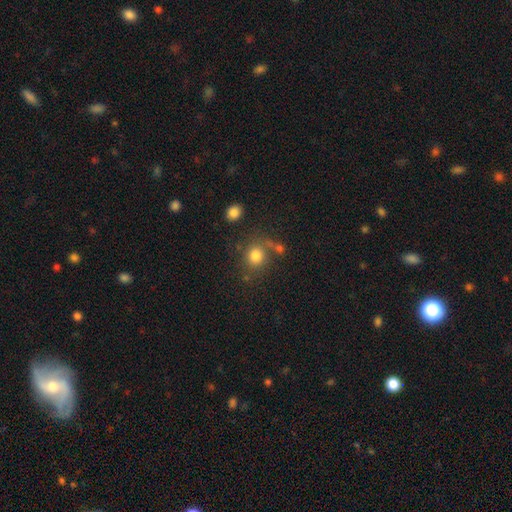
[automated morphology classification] type=smooth (80%); roundness=round (81%); merging=none (65%).